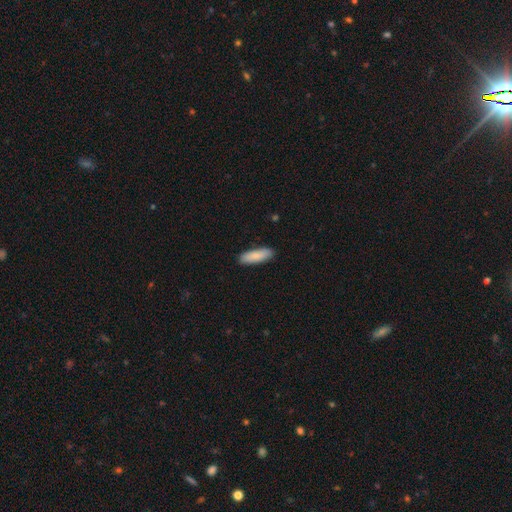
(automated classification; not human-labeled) Smooth or featured? smooth (85%)
How rounded? in between (49%, tied with cigar-shaped)
Merging? none (89%)